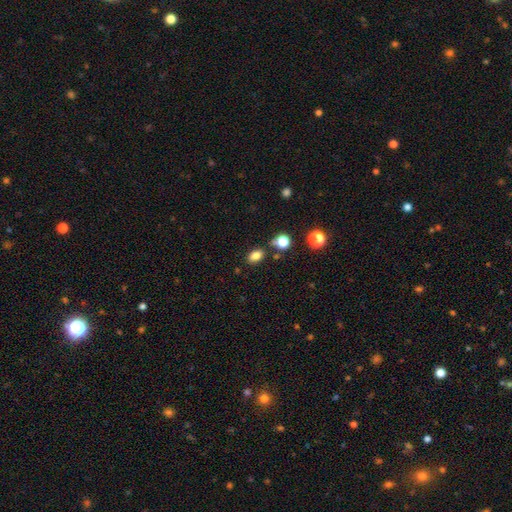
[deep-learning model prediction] This appears to be a smooth galaxy with no disk features (82%) that is in between round and cigar-shaped (79%). Merging: none (78%).